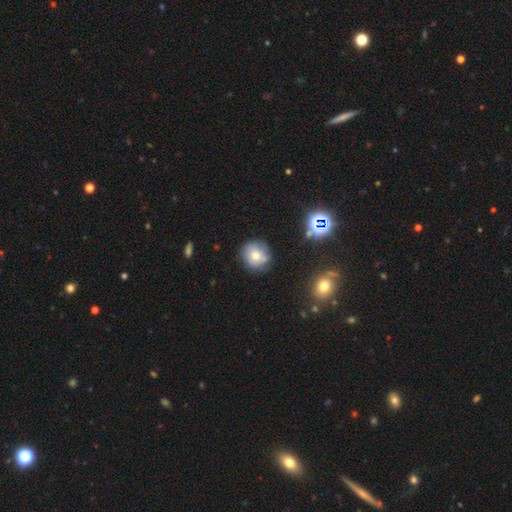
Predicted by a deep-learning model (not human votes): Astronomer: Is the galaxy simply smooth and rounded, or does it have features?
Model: smooth — 63%.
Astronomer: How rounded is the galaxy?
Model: round — 86%.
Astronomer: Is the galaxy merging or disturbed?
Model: none — 73%.